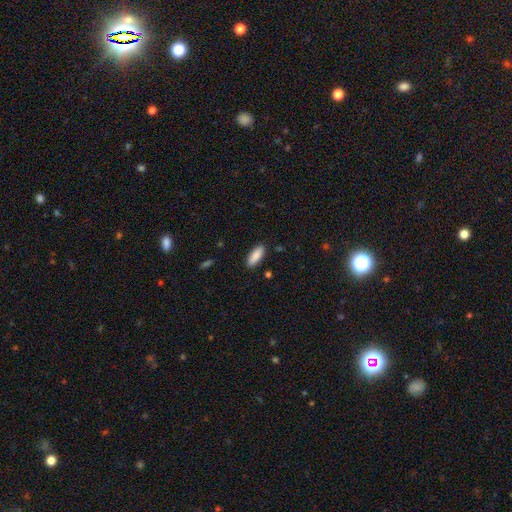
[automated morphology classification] A smooth galaxy with no disk features (88%) that is in between round and cigar-shaped (71%). Merging: none (88%).